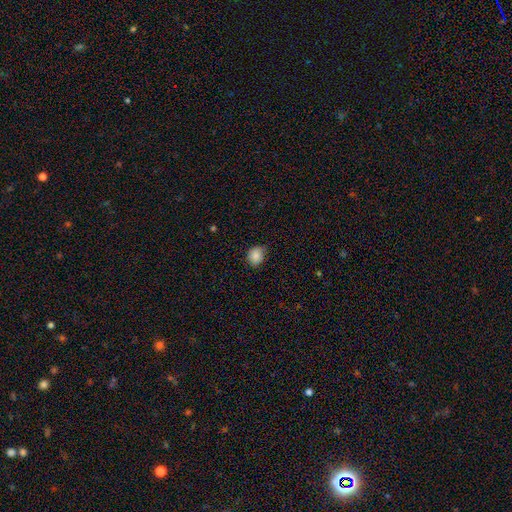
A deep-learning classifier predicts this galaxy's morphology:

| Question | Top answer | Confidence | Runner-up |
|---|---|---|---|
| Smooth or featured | smooth | 85% | star or artifact (9%) |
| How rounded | round | 67% | in between (32%) |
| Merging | none | 75% | minor disturbance (21%) |